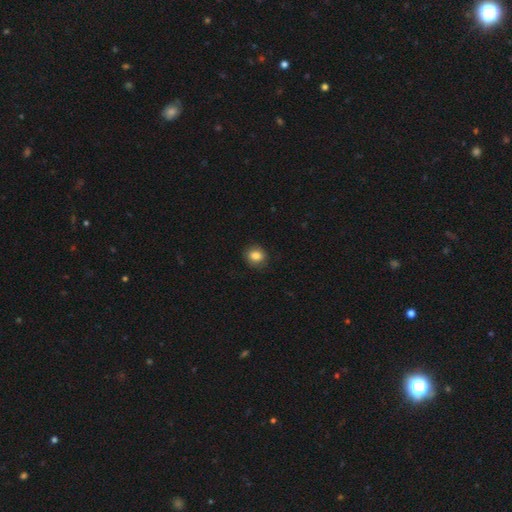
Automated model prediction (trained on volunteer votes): Morphology: type=smooth (85%); roundness=round (69%); merging=none (85%).